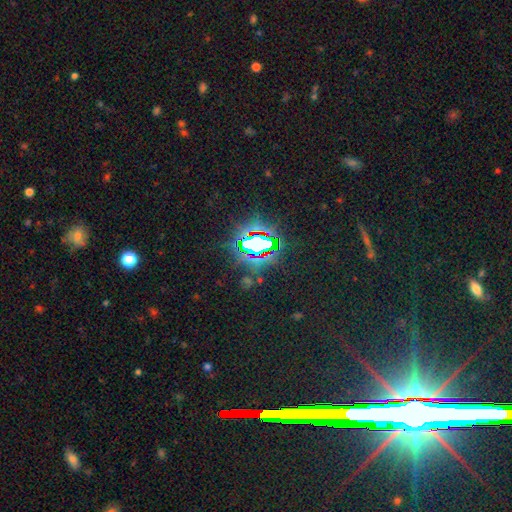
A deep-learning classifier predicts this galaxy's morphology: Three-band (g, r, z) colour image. It shows a star or artifact, not a galaxy (80%).